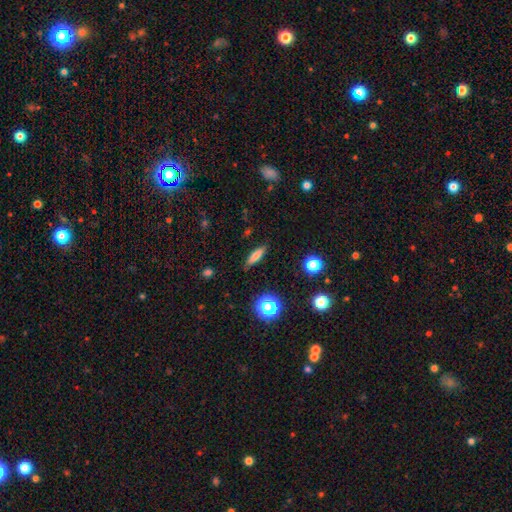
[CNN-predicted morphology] type=smooth (72%); roundness=cigar-shaped (67%); merging=none (88%).